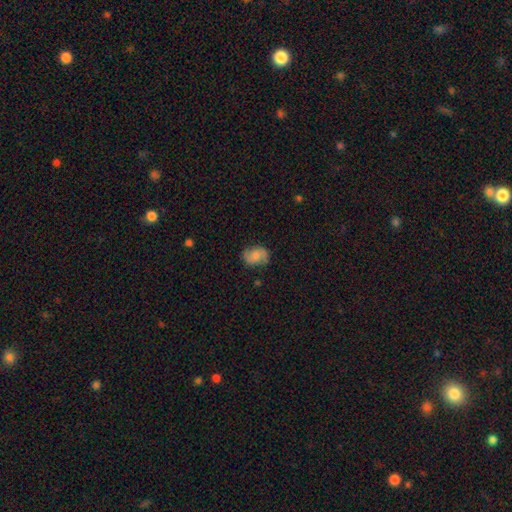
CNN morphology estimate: Smooth or featured: smooth — 49% (featured or disk — 42%)
Merging: none — 75% (minor disturbance — 18%)